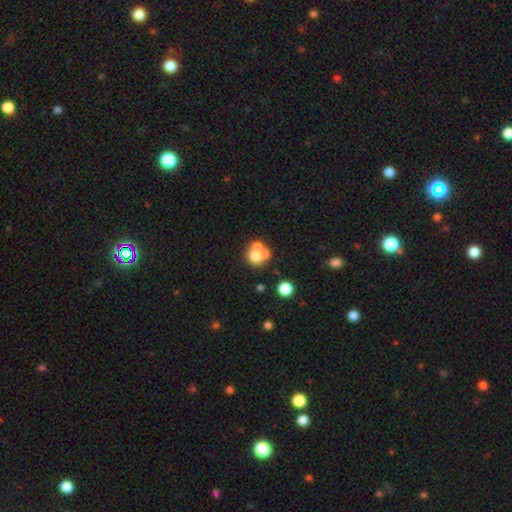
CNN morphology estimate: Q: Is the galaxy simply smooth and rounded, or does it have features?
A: smooth — 60%.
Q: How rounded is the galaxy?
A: round — 80%.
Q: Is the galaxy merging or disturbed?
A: merger — 52%.